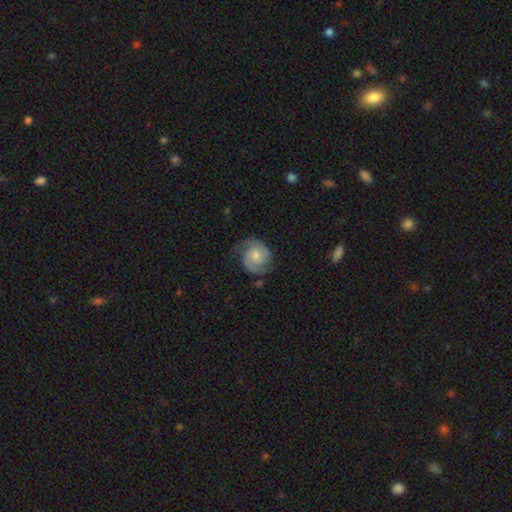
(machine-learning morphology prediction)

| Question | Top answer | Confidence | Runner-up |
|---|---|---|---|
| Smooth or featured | featured or disk | 74% | smooth (20%) |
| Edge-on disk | no | 98% | yes (2%) |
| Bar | no | 64% | weak (31%) |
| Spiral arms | yes | 95% | no (5%) |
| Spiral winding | tight | 44% | medium (42%) |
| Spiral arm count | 2 | 84% | can't tell (7%) |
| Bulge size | moderate | 46% | small (41%) |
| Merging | none | 68% | minor disturbance (21%) |